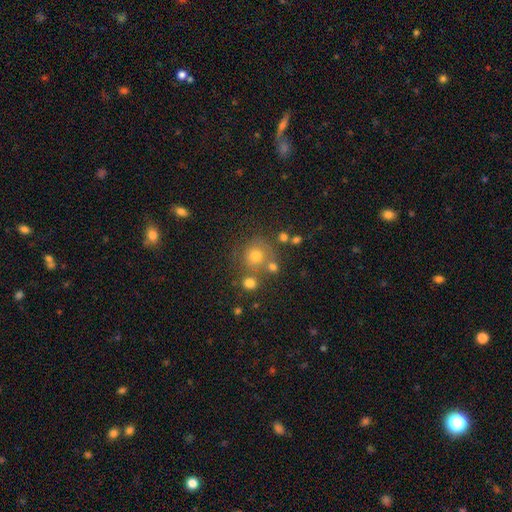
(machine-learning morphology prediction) Overall: smooth (67%). How rounded: round (88%). Merging: none (62%).